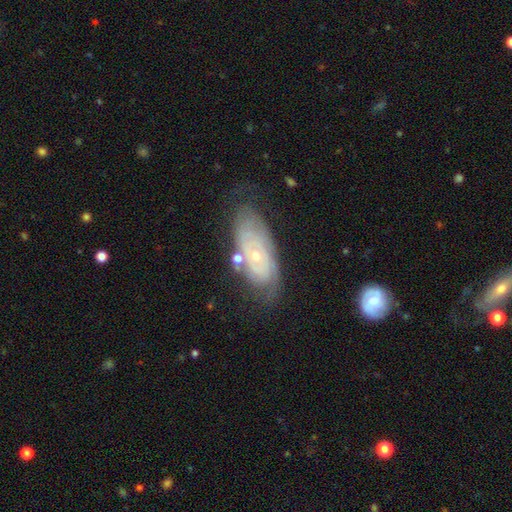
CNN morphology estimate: A featured or disk galaxy (75%) with no bar (79%), tight (75%) spiral arms (85%) and a small central bulge (76%). Merging: none (64%).